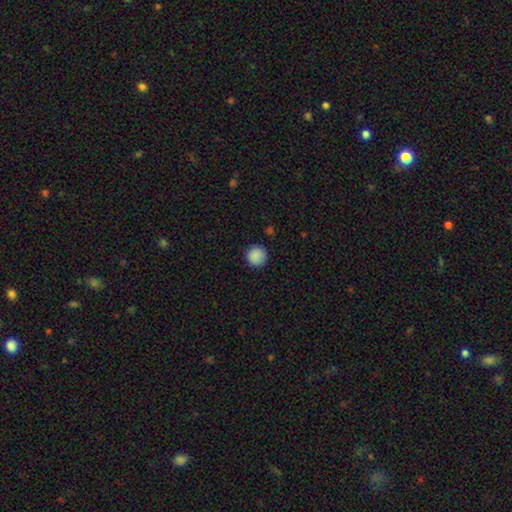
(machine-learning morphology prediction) A smooth galaxy with no disk features (89%) that is round (95%). Merging: none (91%).